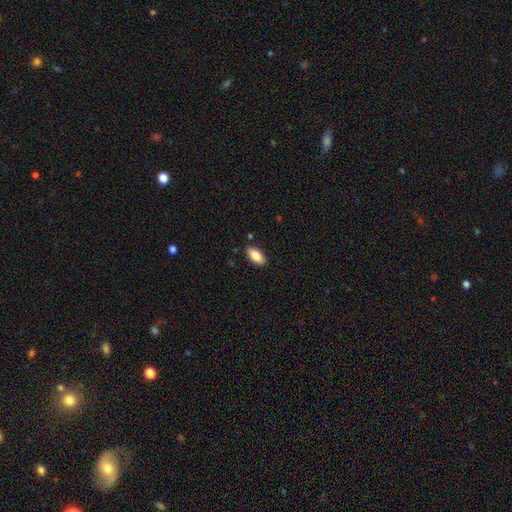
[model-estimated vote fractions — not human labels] Smooth or featured: smooth — 85% (featured or disk — 9%)
How rounded: in between — 91% (cigar-shaped — 6%)
Merging: none — 88% (minor disturbance — 9%)